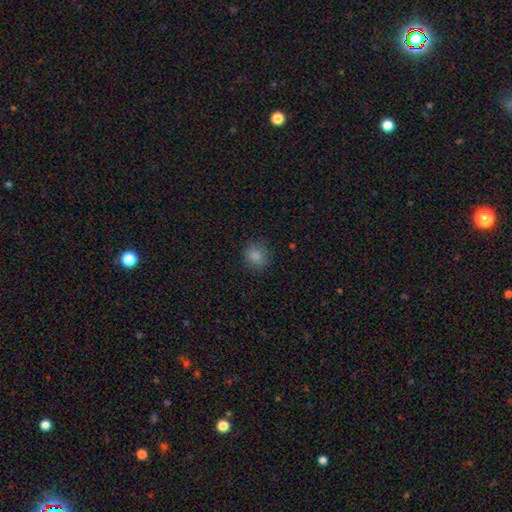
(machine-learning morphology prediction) The model was most divided on "how rounded": round: 66%, in between: 33%, cigar-shaped: 1%. More confident: smooth or featured — smooth (84%); merging — none (82%).